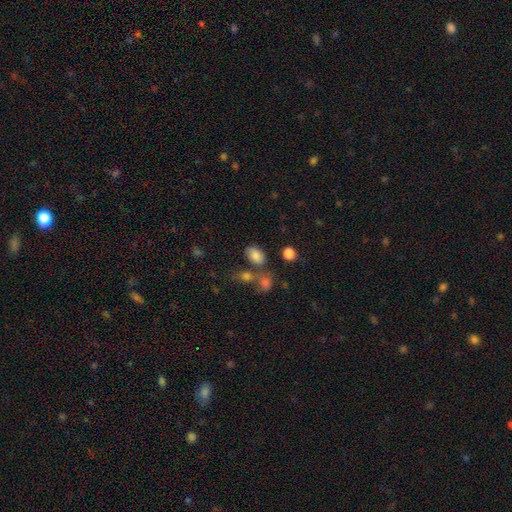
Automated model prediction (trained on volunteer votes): smooth 82%, star or artifact 10%, featured or disk 8%. Down the decision tree: how rounded — in between (85%); merging — none (61%).